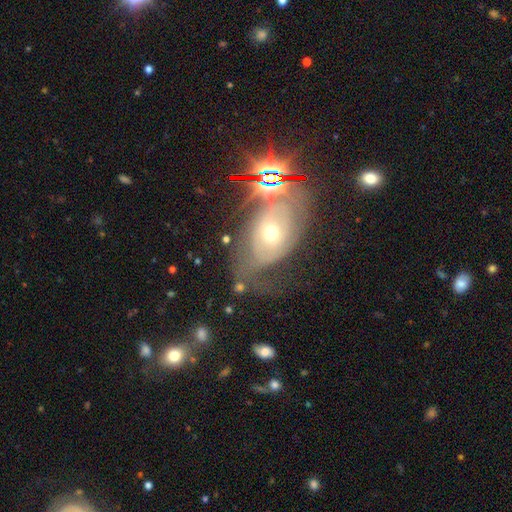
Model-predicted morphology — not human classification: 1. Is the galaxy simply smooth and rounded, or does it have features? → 68% featured or disk, 17% star or artifact, 15% smooth.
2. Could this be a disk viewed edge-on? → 92% no, 8% yes.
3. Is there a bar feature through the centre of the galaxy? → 77% no, 16% weak, 7% strong.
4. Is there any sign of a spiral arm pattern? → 75% yes, 25% no.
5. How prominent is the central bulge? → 54% moderate, 40% small, 3% large, 1% dominant, 1% none.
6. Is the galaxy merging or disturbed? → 53% none, 20% minor disturbance, 19% major disturbance, 8% merger.